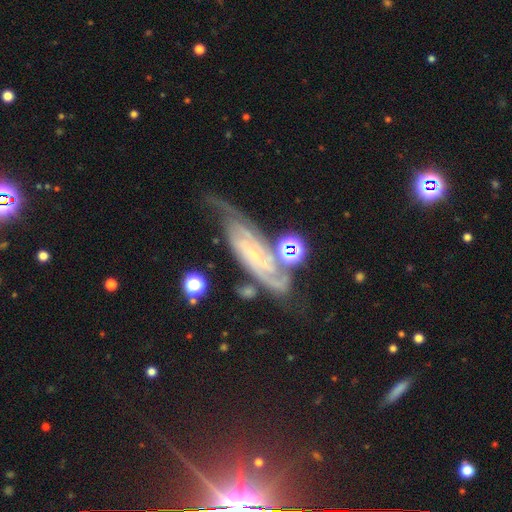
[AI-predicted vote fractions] Q: Smooth or featured?
A: featured or disk (84%); runner-up: star or artifact (8%)
Q: Edge-on disk?
A: no (90%); runner-up: yes (10%)
Q: Bar?
A: no (57%); runner-up: weak (29%)
Q: Spiral arms?
A: yes (97%); runner-up: no (3%)
Q: Spiral winding?
A: tight (61%); runner-up: medium (31%)
Q: Spiral arm count?
A: 2 (52%); runner-up: can't tell (21%)
Q: Bulge size?
A: small (81%); runner-up: moderate (11%)
Q: Merging?
A: none (55%); runner-up: minor disturbance (23%)